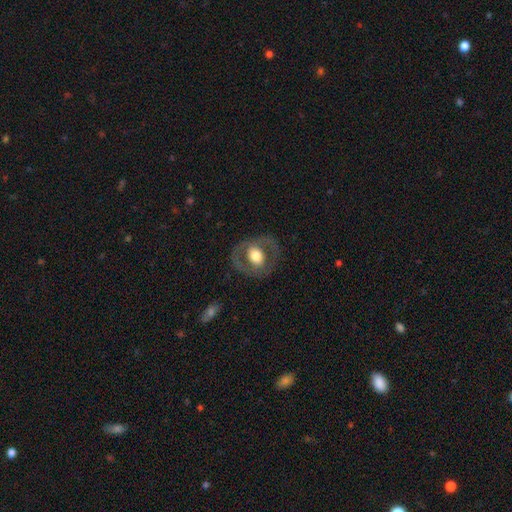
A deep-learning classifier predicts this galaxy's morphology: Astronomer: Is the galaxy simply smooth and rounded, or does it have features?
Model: featured or disk — 52% (runner-up: smooth, 42%).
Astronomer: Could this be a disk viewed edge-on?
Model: no — 94%.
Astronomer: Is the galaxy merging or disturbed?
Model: none — 75%.